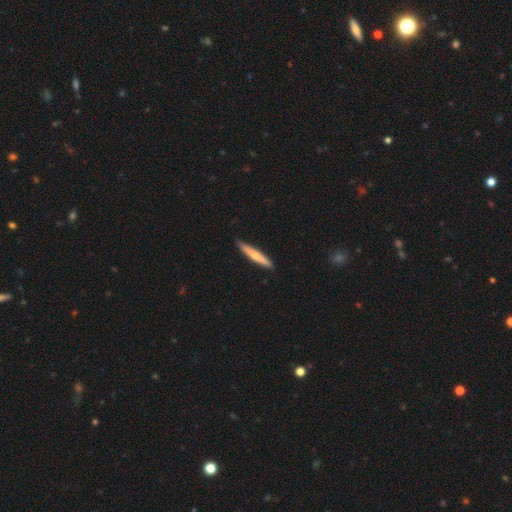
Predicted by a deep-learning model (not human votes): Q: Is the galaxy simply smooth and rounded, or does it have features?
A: smooth — 59%.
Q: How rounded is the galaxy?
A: cigar-shaped — 93%.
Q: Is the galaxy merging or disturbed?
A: none — 90%.